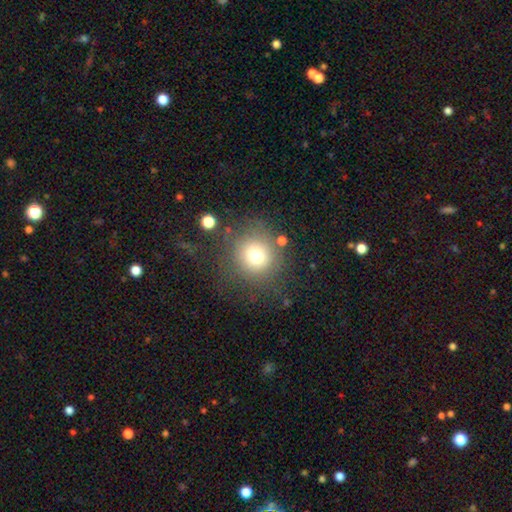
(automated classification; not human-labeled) smooth_or_featured: smooth (p=0.72) [alt: star or artifact p=0.15]
how_rounded: round (p=0.91) [alt: in between p=0.08]
merging: none (p=0.73) [alt: minor disturbance p=0.13]